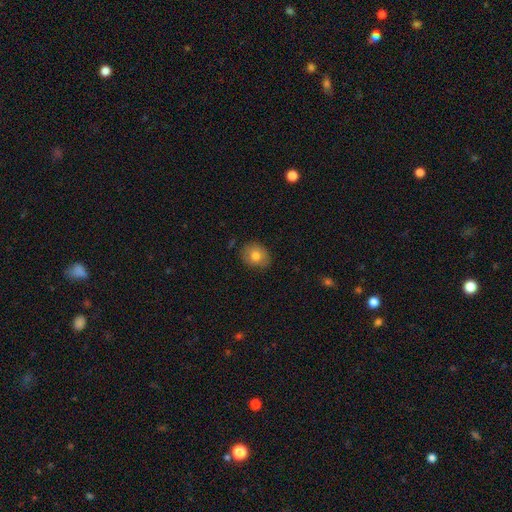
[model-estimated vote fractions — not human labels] Smooth or featured? smooth (77%)
How rounded? round (50%)
Merging? none (83%)